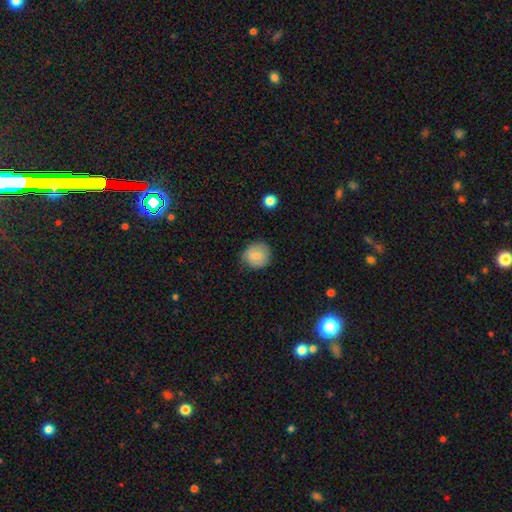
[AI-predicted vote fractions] Smooth or featured: smooth — 75% (featured or disk — 17%)
How rounded: round — 87% (in between — 12%)
Merging: none — 76% (minor disturbance — 19%)